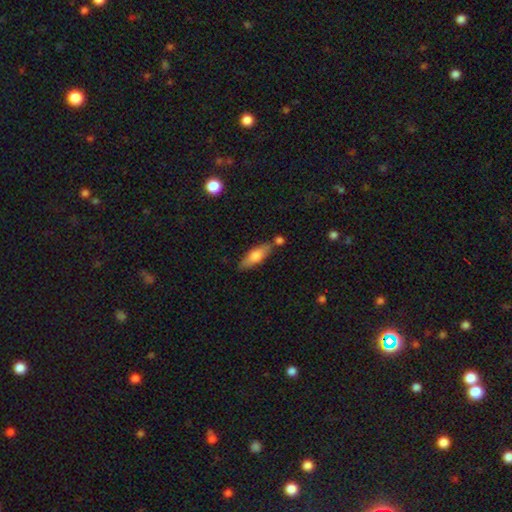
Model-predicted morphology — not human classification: Overall: smooth (66%; featured or disk 28%). How rounded: in between (54%; cigar-shaped 44%). Merging: none (70%).